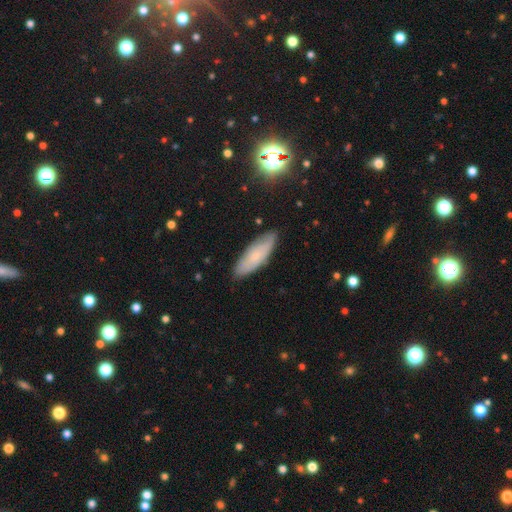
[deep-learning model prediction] A smooth galaxy with no disk features (66%) that is in between round and cigar-shaped (58%). Merging: none (81%).